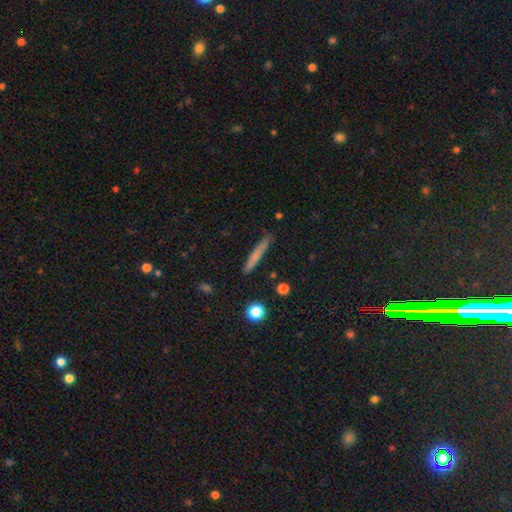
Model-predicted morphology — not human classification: smooth 67%, featured or disk 26%, star or artifact 7%. Down the decision tree: how rounded — cigar-shaped (95%); merging — none (86%).